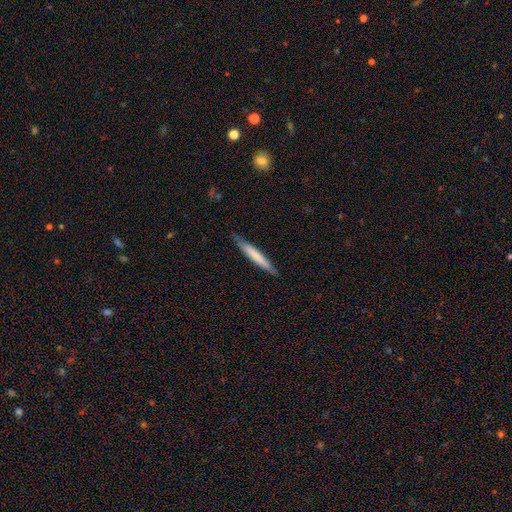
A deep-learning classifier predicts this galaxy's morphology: Smooth or featured? Predicted: smooth (p=0.66). How rounded? Predicted: cigar-shaped (p=0.95). Merging? Predicted: none (p=0.86).